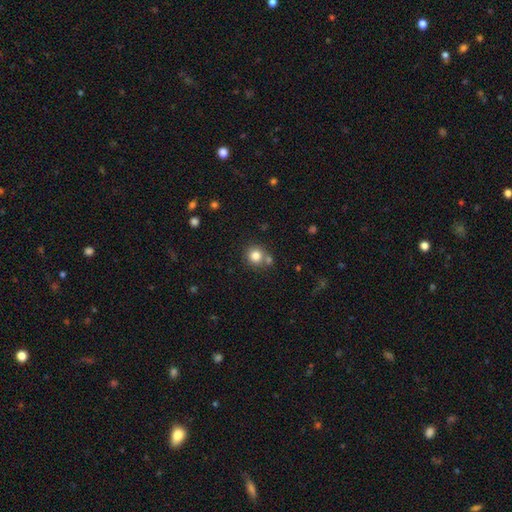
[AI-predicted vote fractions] Q: Smooth or featured?
A: smooth (81%); runner-up: star or artifact (11%)
Q: How rounded?
A: round (91%); runner-up: in between (8%)
Q: Merging?
A: none (69%); runner-up: merger (20%)